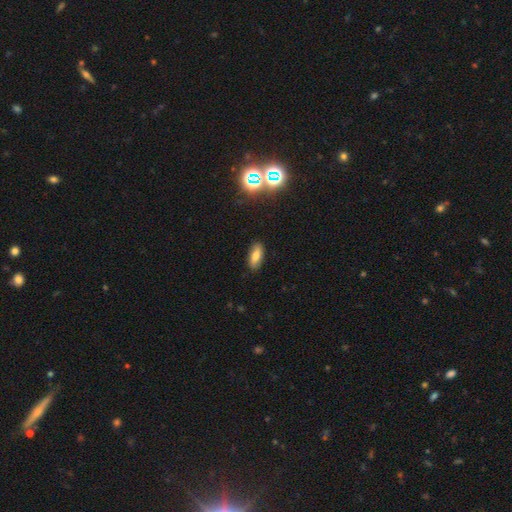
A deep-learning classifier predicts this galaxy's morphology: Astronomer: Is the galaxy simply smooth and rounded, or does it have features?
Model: smooth — 74%.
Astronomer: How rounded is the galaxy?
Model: in between — 81%.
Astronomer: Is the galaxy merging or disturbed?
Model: none — 87%.